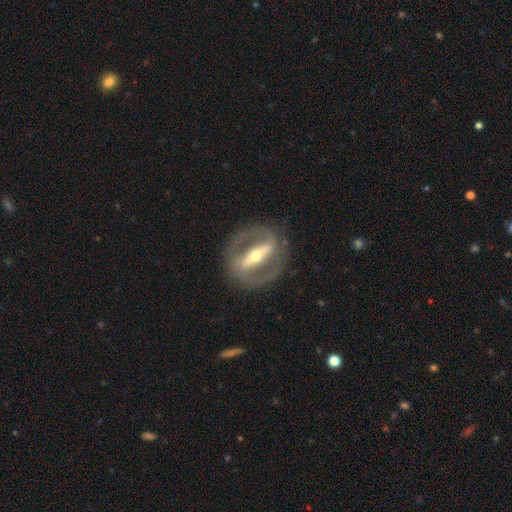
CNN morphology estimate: A featured or disk galaxy (86%) with a strong bar (81%), 2 (87%) tight (46%) spiral arms (70%) and a moderate central bulge (59%).

Vote fractions:
- Smooth or featured? featured or disk: 86% / smooth: 9% / star or artifact: 5%
- Edge-on disk? no: 86% / yes: 14%
- Bar? strong: 81% / weak: 13% / no: 6%
- Spiral arms? yes: 70% / no: 30%
- Spiral winding? tight: 46% / medium: 41% / loose: 13%
- Spiral arm count? 2: 87% / can't tell: 8% / 1: 3% / 3: 1% / 4: 1% / more than 4: 1%
- Bulge size? moderate: 59% / small: 33% / large: 5% / dominant: 1% / none: 1%
- Merging? none: 84% / minor disturbance: 9% / major disturbance: 5% / merger: 1%